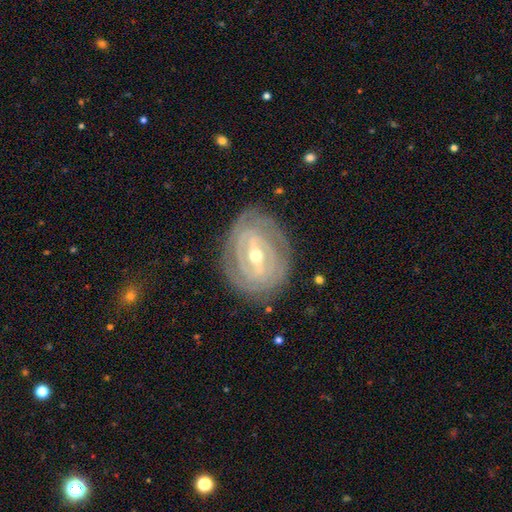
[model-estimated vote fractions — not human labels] Overall: featured or disk (88%). Edge-on disk: no (96%). Bar: strong (47%; weak 39%). Spiral arms: yes (94%). Spiral arm count: can't tell (30%, tied with 2). Spiral winding: tight (83%). Bulge size: moderate (53%; small 44%). Merging: none (81%).